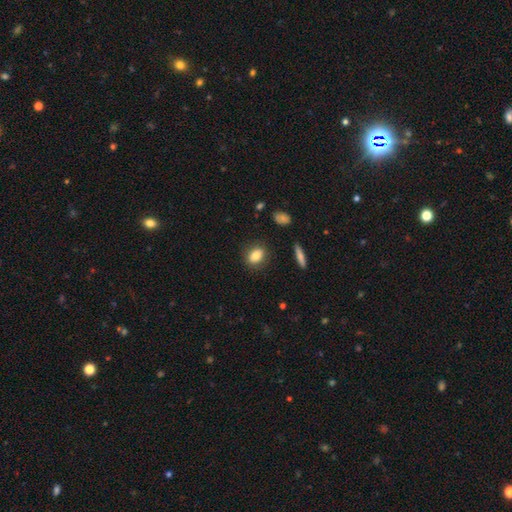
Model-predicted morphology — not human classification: A smooth galaxy with no disk features (81%) that is in between round and cigar-shaped (65%). Merging: none (84%).